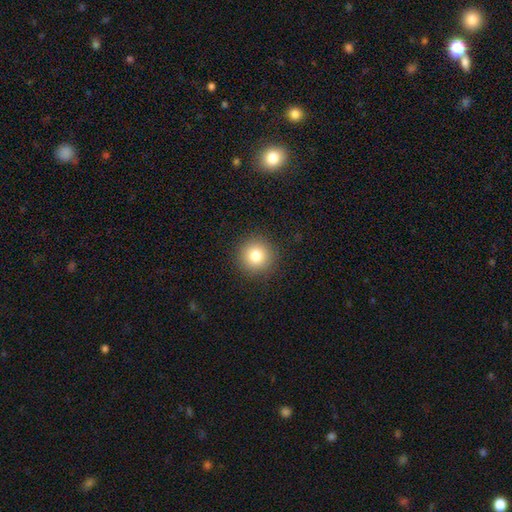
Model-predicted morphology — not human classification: The model was most divided on "smooth or featured": smooth: 80%, star or artifact: 12%, featured or disk: 8%. More confident: how rounded — round (95%); merging — none (92%).